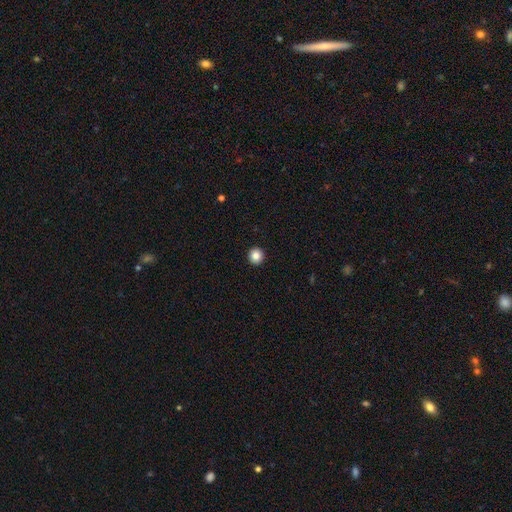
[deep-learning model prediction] A smooth galaxy with no disk features (85%) that is round (94%).

Vote fractions:
- Smooth or featured? smooth: 85% / star or artifact: 10% / featured or disk: 5%
- How rounded? round: 94% / in between: 5% / cigar-shaped: 1%
- Merging? none: 94% / minor disturbance: 4% / major disturbance: 1% / merger: 1%